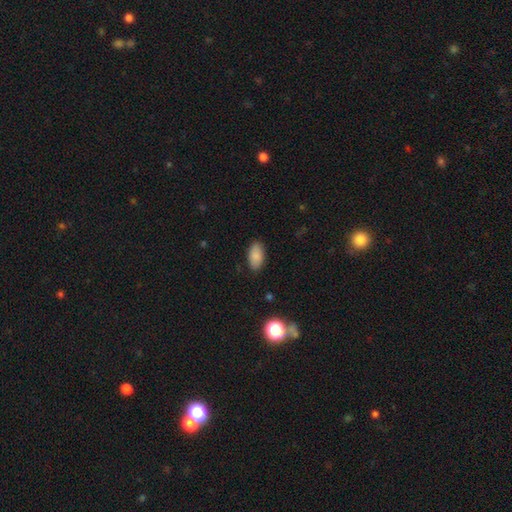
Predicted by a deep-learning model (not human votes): A smooth galaxy with no disk features (86%) that is in between round and cigar-shaped (93%).

Vote fractions:
- Smooth or featured? smooth: 86% / star or artifact: 8% / featured or disk: 5%
- How rounded? in between: 93% / round: 4% / cigar-shaped: 3%
- Merging? none: 87% / minor disturbance: 10% / major disturbance: 2% / merger: 1%